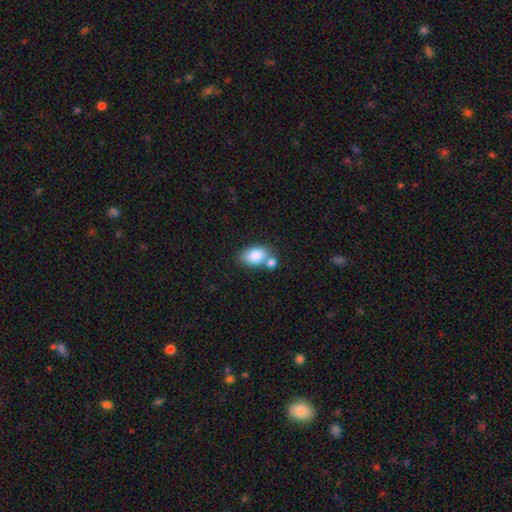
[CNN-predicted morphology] smooth 84%, featured or disk 8%, star or artifact 7%. Down the decision tree: how rounded — in between (86%); merging — none (50%).